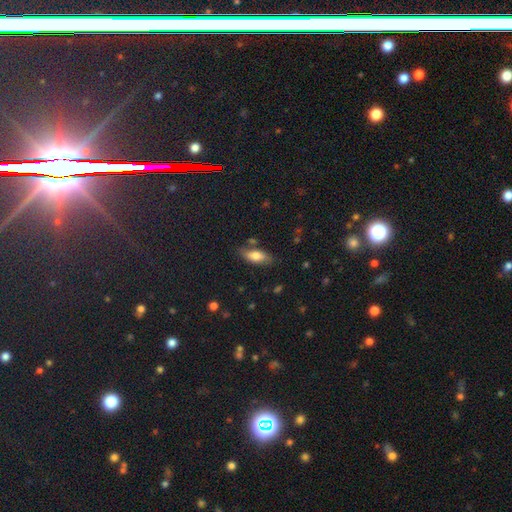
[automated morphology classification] smooth 72%, featured or disk 20%, star or artifact 8%. Down the decision tree: how rounded — in between (78%); merging — none (76%).